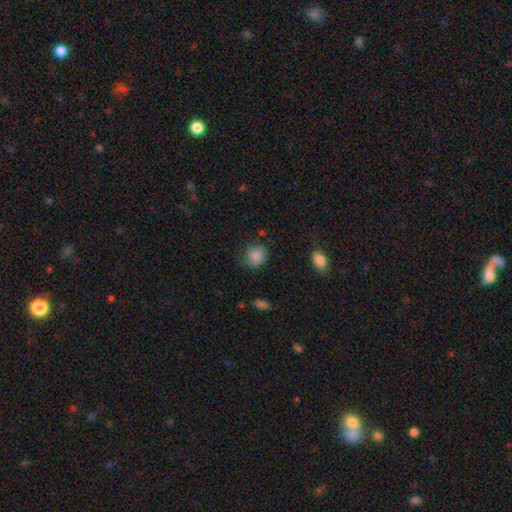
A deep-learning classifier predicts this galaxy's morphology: Smooth or featured: smooth — 86% (star or artifact — 8%)
How rounded: round — 70% (in between — 29%)
Merging: none — 74% (minor disturbance — 19%)